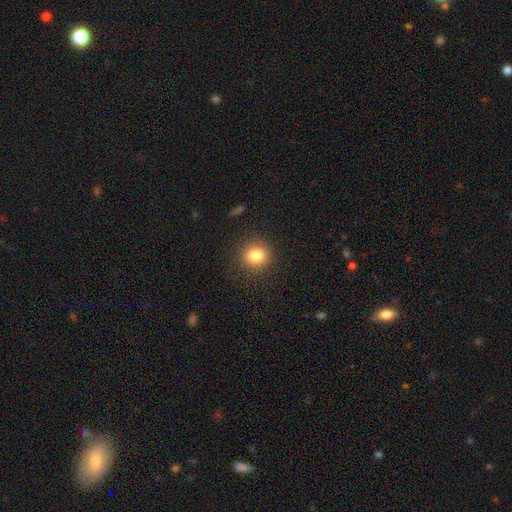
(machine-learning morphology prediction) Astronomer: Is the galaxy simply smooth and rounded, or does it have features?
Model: smooth — 83%.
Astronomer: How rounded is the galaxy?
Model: round — 88%.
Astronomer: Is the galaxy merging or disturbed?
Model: none — 89%.